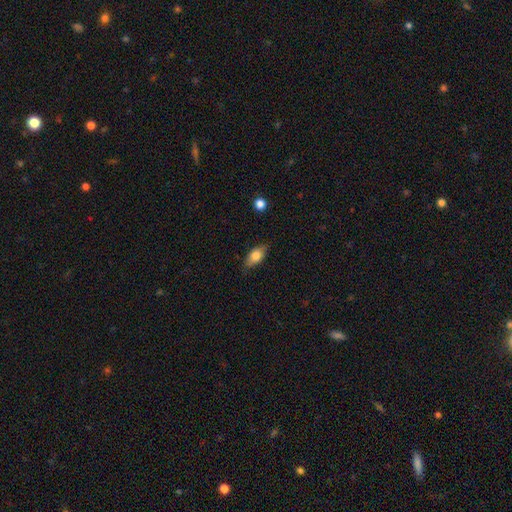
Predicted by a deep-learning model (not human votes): Smooth or featured?
  - smooth: 75% *
  - featured or disk: 18%
  - star or artifact: 7%
How rounded?
  - in between: 85% *
  - cigar-shaped: 10%
  - round: 5%
Merging?
  - none: 80% *
  - minor disturbance: 15%
  - major disturbance: 3%
  - merger: 1%